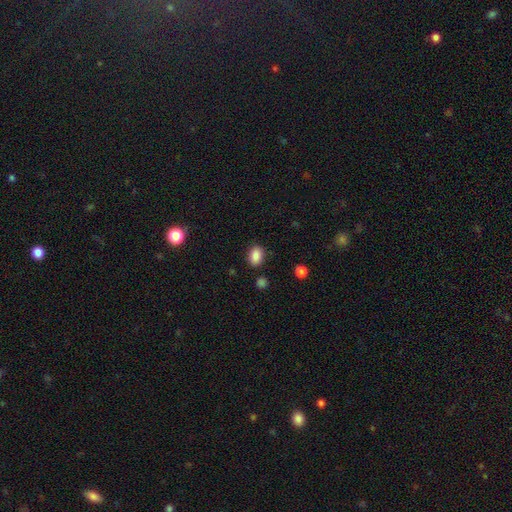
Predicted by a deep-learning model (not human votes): A smooth galaxy with no disk features (87%) that is in between round and cigar-shaped (74%).

Vote fractions:
- Smooth or featured? smooth: 87% / star or artifact: 9% / featured or disk: 4%
- How rounded? in between: 74% / round: 25% / cigar-shaped: 1%
- Merging? none: 84% / minor disturbance: 11% / major disturbance: 3% / merger: 3%